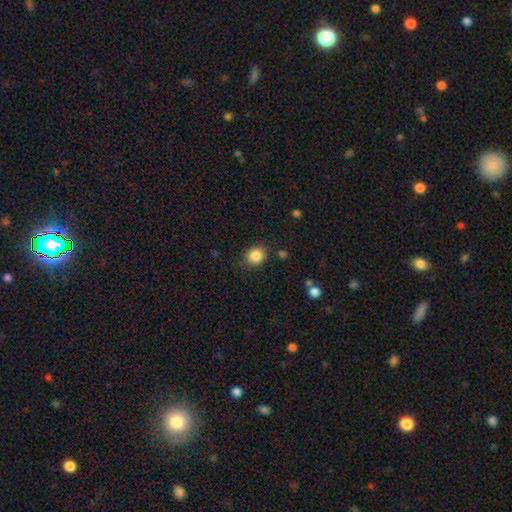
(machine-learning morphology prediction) Overall: smooth (86%). How rounded: round (78%). Merging: none (84%).